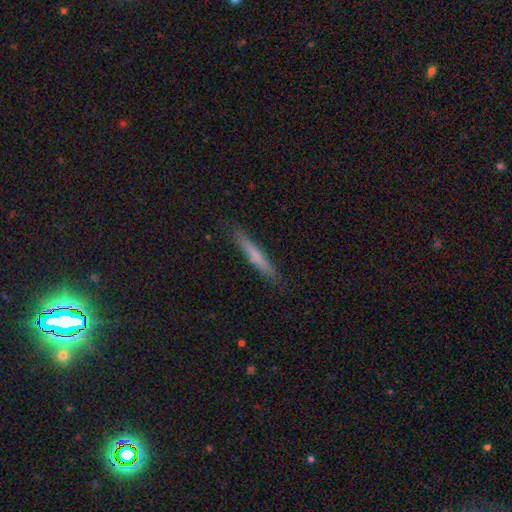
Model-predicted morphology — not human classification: A smooth galaxy with no disk features (64%) that is cigar-shaped (96%).

Vote fractions:
- Smooth or featured? smooth: 64% / featured or disk: 30% / star or artifact: 6%
- How rounded? cigar-shaped: 96% / in between: 3% / round: 1%
- Merging? none: 89% / minor disturbance: 8% / major disturbance: 2% / merger: 1%